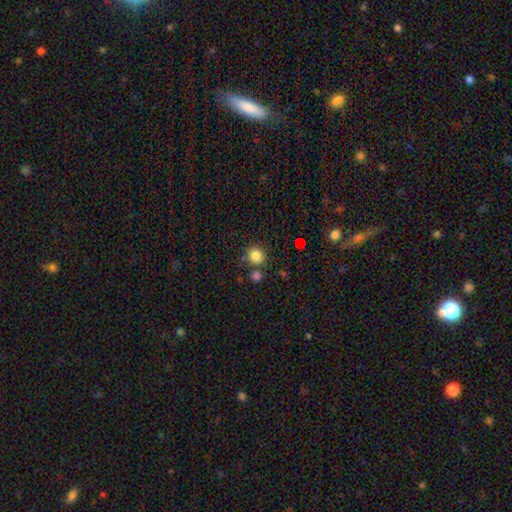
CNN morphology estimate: Overall: smooth (82%). How rounded: round (88%). Merging: none (78%).